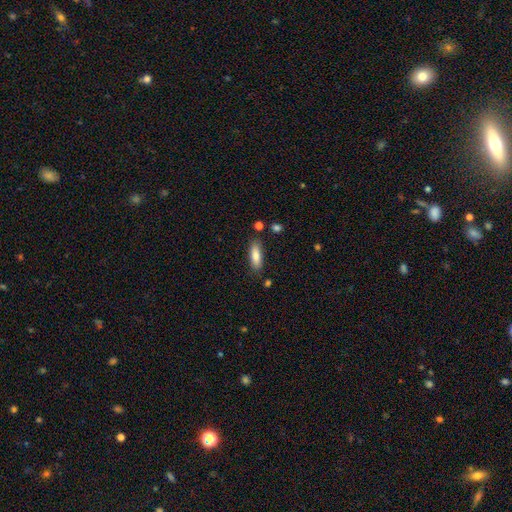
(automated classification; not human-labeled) smooth_or_featured: smooth (p=0.81) [alt: featured or disk p=0.12]
how_rounded: in between (p=0.56) [alt: cigar-shaped p=0.42]
merging: none (p=0.83) [alt: minor disturbance p=0.11]